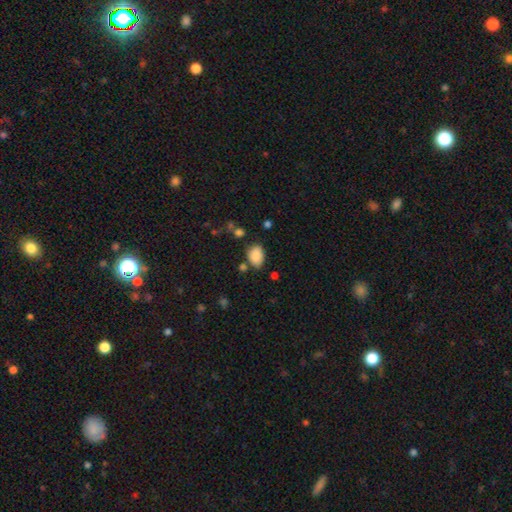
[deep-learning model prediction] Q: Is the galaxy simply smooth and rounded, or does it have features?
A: smooth — 86%.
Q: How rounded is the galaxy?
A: in between — 85%.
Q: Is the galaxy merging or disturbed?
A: none — 70%.